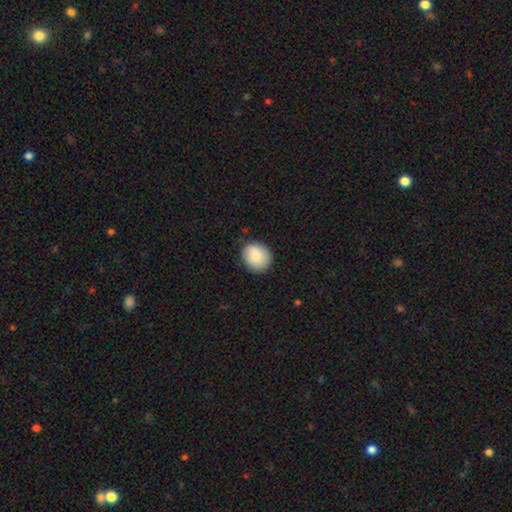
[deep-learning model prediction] This is clearly a smooth galaxy (87%). How rounded: likely round (67%). Merging: clearly none (84%).